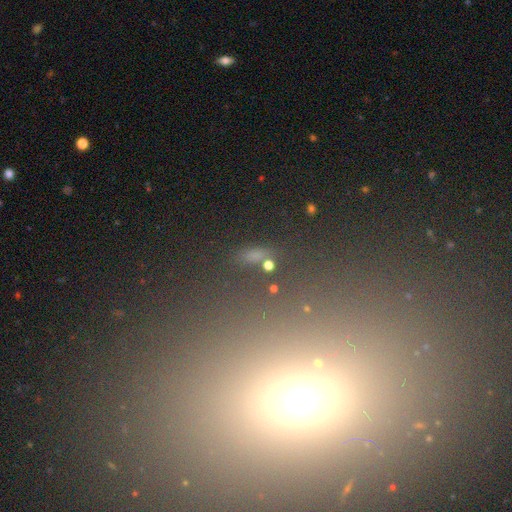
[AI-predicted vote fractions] smooth-or-featured: smooth: 45% | star or artifact: 40% | featured or disk: 15%
  merging: none: 72% | minor disturbance: 13% | merger: 7% | major disturbance: 7%